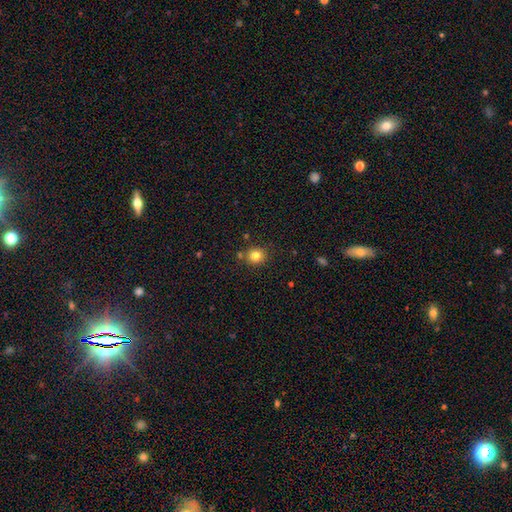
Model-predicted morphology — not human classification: Overall: smooth (81%). How rounded: round (85%). Merging: none (82%).